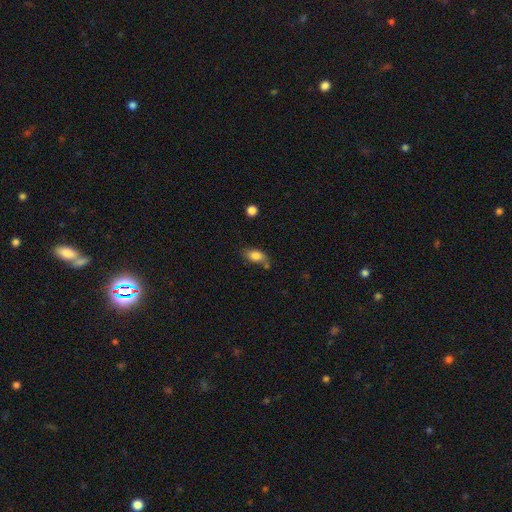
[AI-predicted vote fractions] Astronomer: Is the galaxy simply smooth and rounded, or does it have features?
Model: smooth — 79%.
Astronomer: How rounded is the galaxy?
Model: in between — 86%.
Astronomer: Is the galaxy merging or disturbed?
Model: none — 52% (runner-up: minor disturbance, 28%).